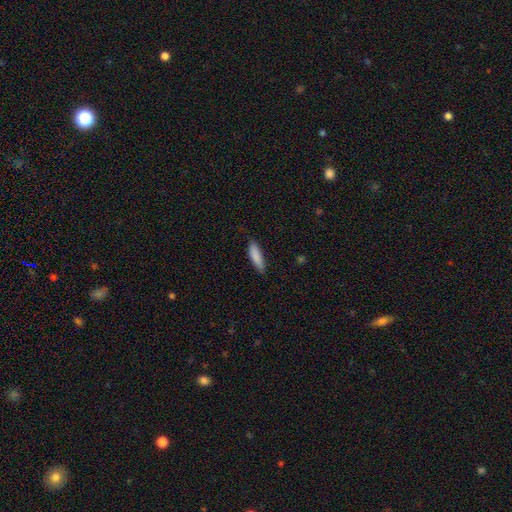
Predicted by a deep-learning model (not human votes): smooth 87%, featured or disk 7%, star or artifact 6%. Down the decision tree: how rounded — cigar-shaped (62%); merging — none (82%).